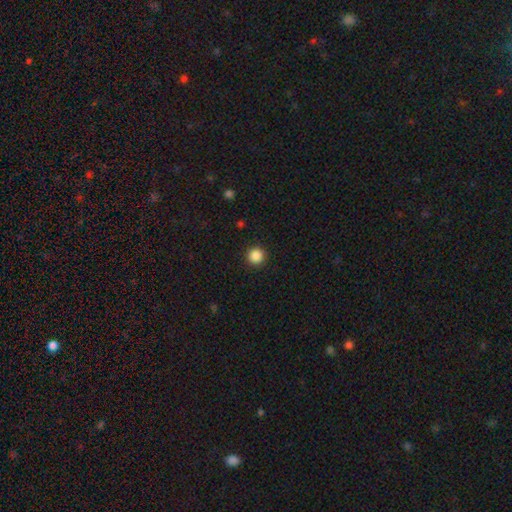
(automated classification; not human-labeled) This appears to be a smooth galaxy with no disk features (88%) that is round (96%). Merging: none (93%).